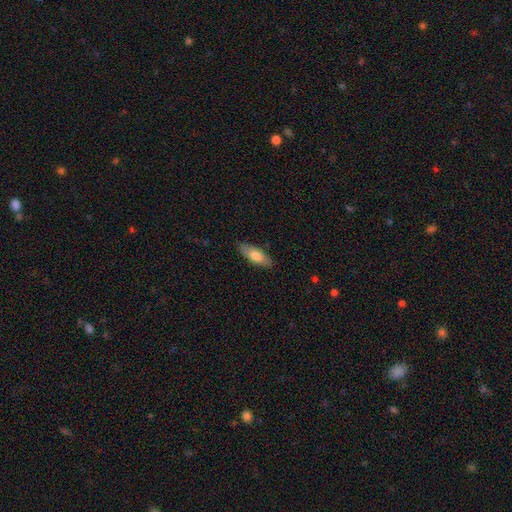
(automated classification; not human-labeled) Smooth or featured?
  - smooth: 74% *
  - featured or disk: 20%
  - star or artifact: 6%
How rounded?
  - in between: 69% *
  - cigar-shaped: 29%
  - round: 2%
Merging?
  - none: 86% *
  - minor disturbance: 11%
  - major disturbance: 2%
  - merger: 1%